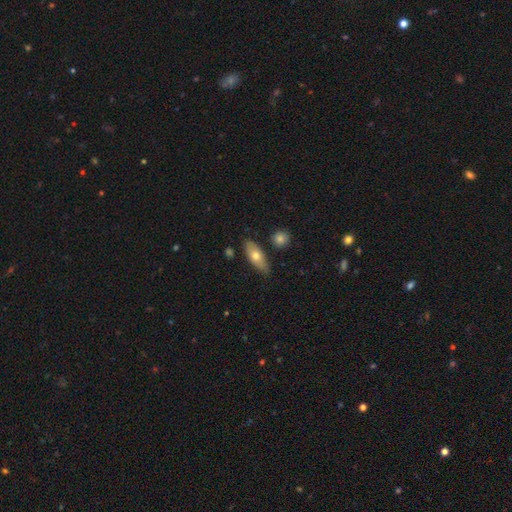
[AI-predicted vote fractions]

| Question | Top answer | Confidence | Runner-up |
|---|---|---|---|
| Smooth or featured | smooth | 64% | featured or disk (30%) |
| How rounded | in between | 71% | cigar-shaped (25%) |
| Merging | none | 79% | minor disturbance (15%) |